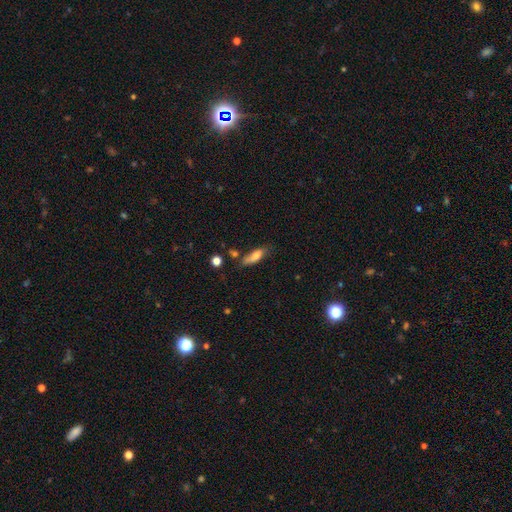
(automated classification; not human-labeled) Smooth or featured? smooth (72%)
How rounded? in between (58%)
Merging? none (50%)